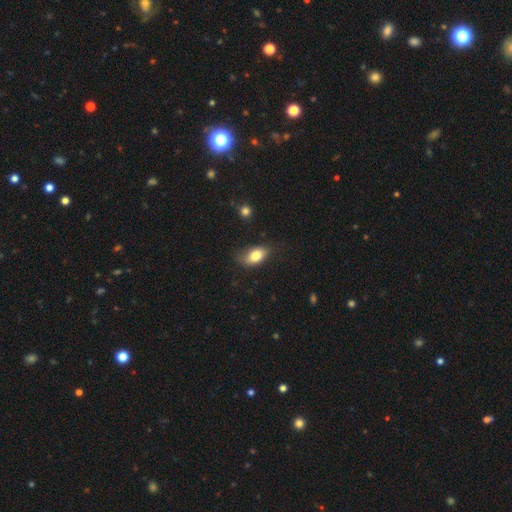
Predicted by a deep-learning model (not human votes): smooth_or_featured: smooth (p=0.78) [alt: featured or disk p=0.14]
how_rounded: in between (p=0.89) [alt: round p=0.08]
merging: none (p=0.59) [alt: minor disturbance p=0.29]